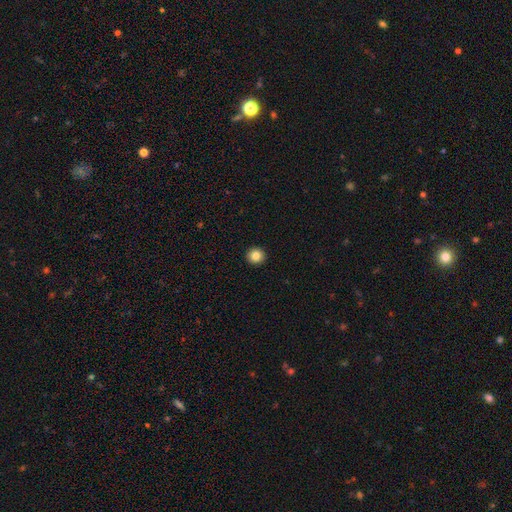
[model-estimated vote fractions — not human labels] Smooth or featured?
  - smooth: 84% *
  - star or artifact: 10%
  - featured or disk: 6%
How rounded?
  - round: 91% *
  - in between: 8%
  - cigar-shaped: 1%
Merging?
  - none: 93% *
  - minor disturbance: 4%
  - major disturbance: 1%
  - merger: 1%